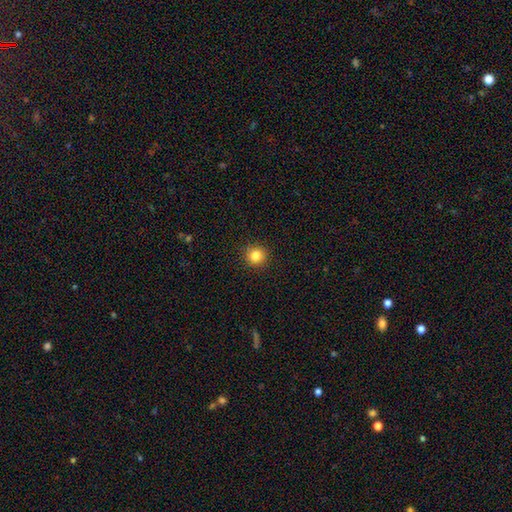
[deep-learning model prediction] Overall: smooth (83%). How rounded: round (94%). Merging: none (92%).